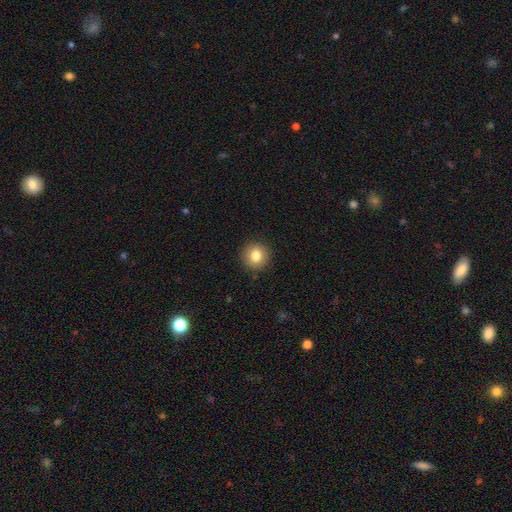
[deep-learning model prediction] Morphology: type=smooth (82%); roundness=round (93%); merging=none (91%).